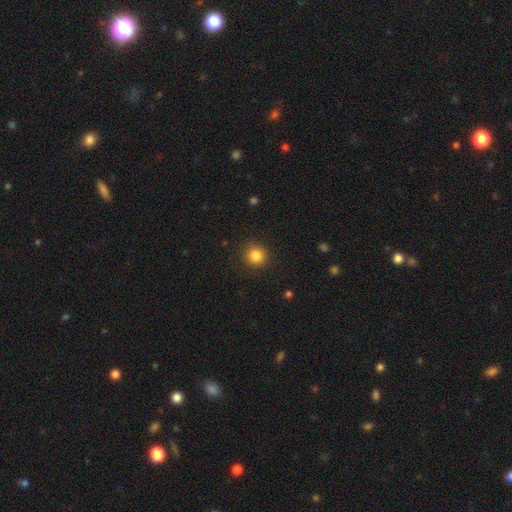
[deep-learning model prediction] This is clearly a smooth galaxy (85%). How rounded: clearly round (92%). Merging: clearly none (88%).